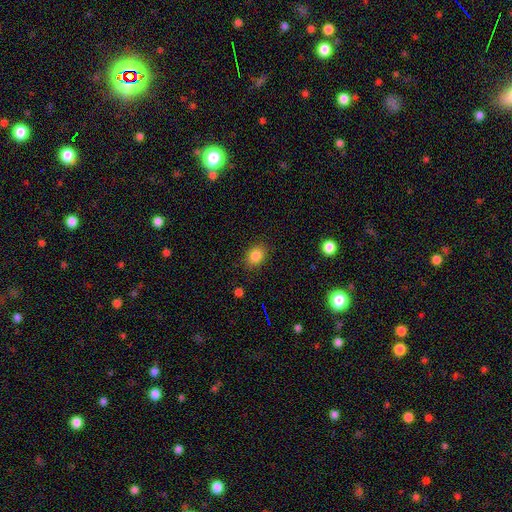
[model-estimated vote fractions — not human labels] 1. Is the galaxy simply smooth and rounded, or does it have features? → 84% smooth, 10% star or artifact, 6% featured or disk.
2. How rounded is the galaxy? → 64% in between, 35% round, 1% cigar-shaped.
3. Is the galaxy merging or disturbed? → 86% none, 10% minor disturbance, 3% major disturbance, 1% merger.